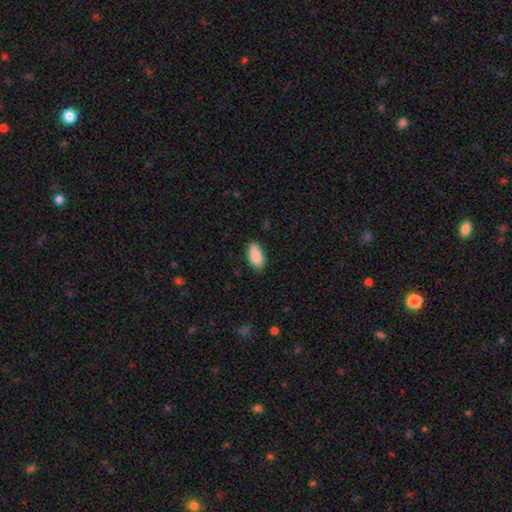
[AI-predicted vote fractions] A smooth galaxy with no disk features (89%) that is in between round and cigar-shaped (92%).

Vote fractions:
- Smooth or featured? smooth: 89% / star or artifact: 6% / featured or disk: 4%
- How rounded? in between: 92% / cigar-shaped: 6% / round: 2%
- Merging? none: 81% / minor disturbance: 16% / major disturbance: 3% / merger: 1%